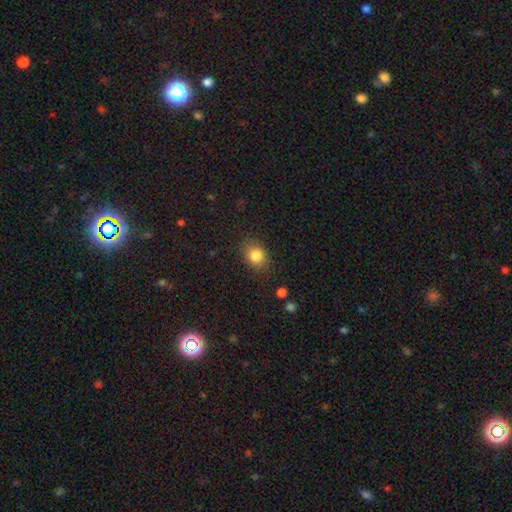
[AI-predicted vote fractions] The model was most divided on "how rounded": round: 54%, in between: 45%, cigar-shaped: 1%. More confident: smooth or featured — smooth (84%); merging — none (81%).